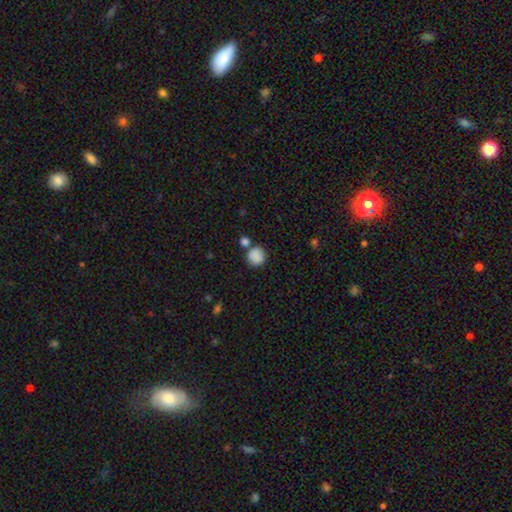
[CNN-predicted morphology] This appears to be a smooth galaxy with no disk features (87%) that is round (88%). Merging: none (67%).